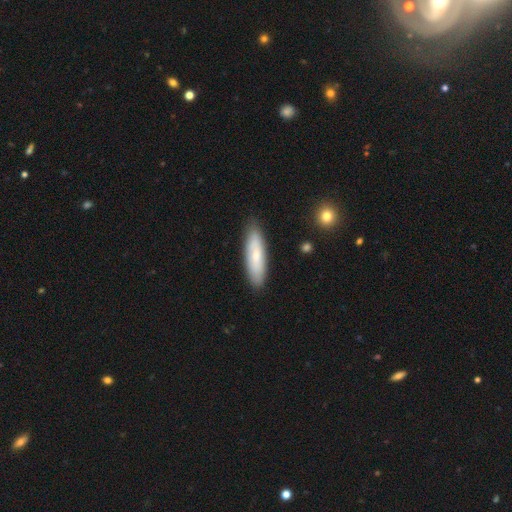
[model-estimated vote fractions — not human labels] A smooth galaxy with no disk features (66%) that is cigar-shaped (63%).

Vote fractions:
- Smooth or featured? smooth: 66% / featured or disk: 28% / star or artifact: 6%
- How rounded? cigar-shaped: 63% / in between: 35% / round: 2%
- Merging? none: 86% / minor disturbance: 11% / major disturbance: 2% / merger: 1%